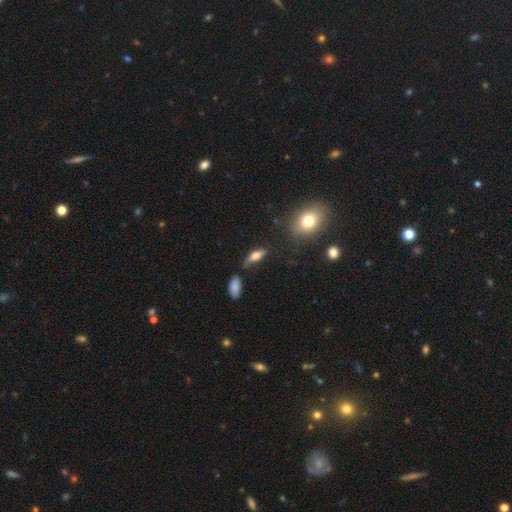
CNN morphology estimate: Q: Smooth or featured?
A: smooth (61%); runner-up: featured or disk (30%)
Q: How rounded?
A: in between (60%); runner-up: cigar-shaped (35%)
Q: Merging?
A: none (66%); runner-up: minor disturbance (21%)